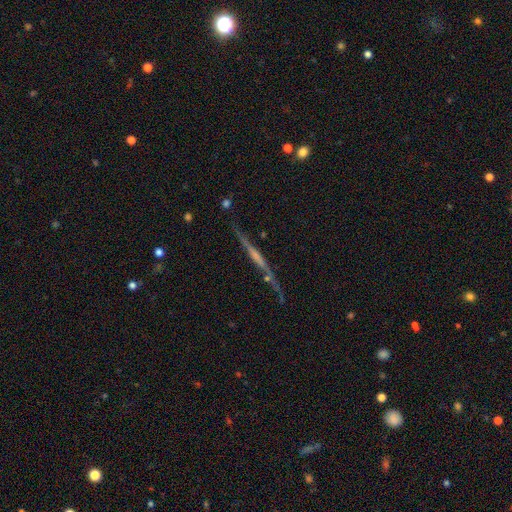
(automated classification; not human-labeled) Q: Smooth or featured?
A: featured or disk (71%); runner-up: smooth (19%)
Q: Edge-on disk?
A: yes (95%); runner-up: no (5%)
Q: Edge-on bulge?
A: none (63%); runner-up: rounded (22%)
Q: Merging?
A: none (75%); runner-up: minor disturbance (15%)